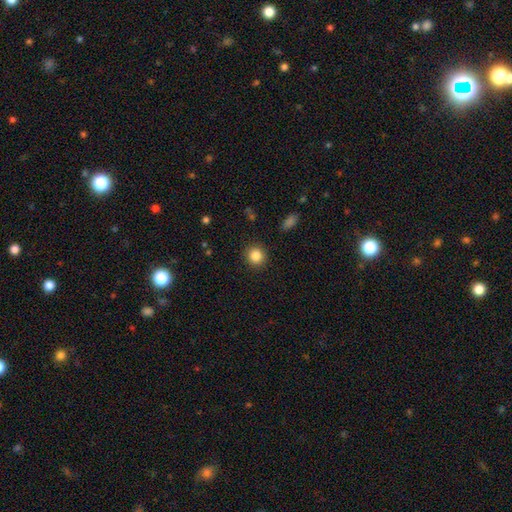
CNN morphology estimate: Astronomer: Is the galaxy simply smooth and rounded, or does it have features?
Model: smooth — 85%.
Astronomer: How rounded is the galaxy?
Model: round — 91%.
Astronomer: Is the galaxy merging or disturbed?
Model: none — 91%.